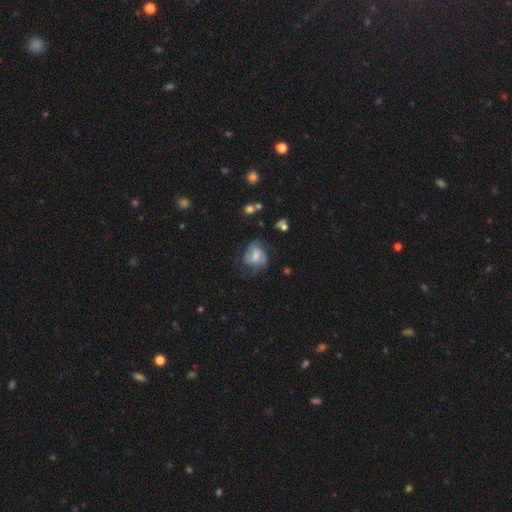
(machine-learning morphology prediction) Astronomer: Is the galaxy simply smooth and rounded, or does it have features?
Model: featured or disk — 50% (runner-up: smooth, 42%).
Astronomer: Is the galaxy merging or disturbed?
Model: none — 47% (runner-up: minor disturbance, 27%).